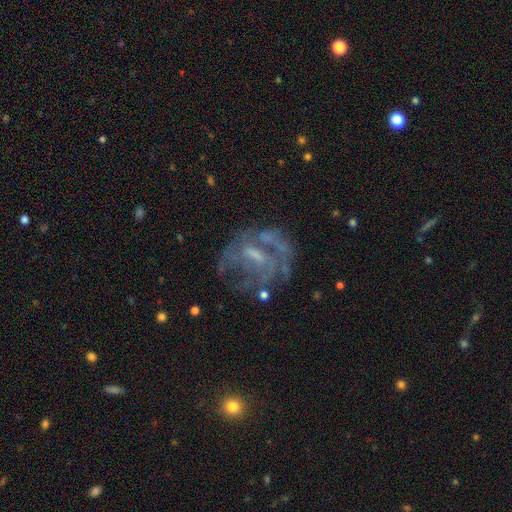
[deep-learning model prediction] Smooth or featured: featured or disk — 72% (smooth — 16%)
Edge-on disk: no — 97% (yes — 3%)
Bar: weak — 45% (no — 40%)
Spiral arms: yes — 52% (no — 48%)
Bulge size: small — 34% (moderate — 33%)
Merging: none — 48% (major disturbance — 27%)